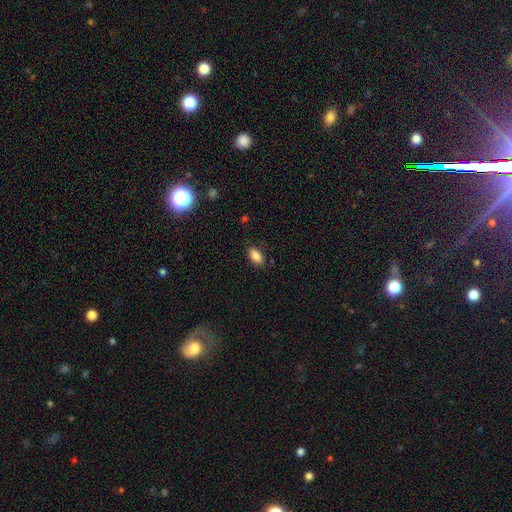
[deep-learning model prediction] The model was most divided on "merging": none: 84%, minor disturbance: 12%, major disturbance: 3%, merger: 1%. More confident: how rounded — in between (91%); smooth or featured — smooth (87%).